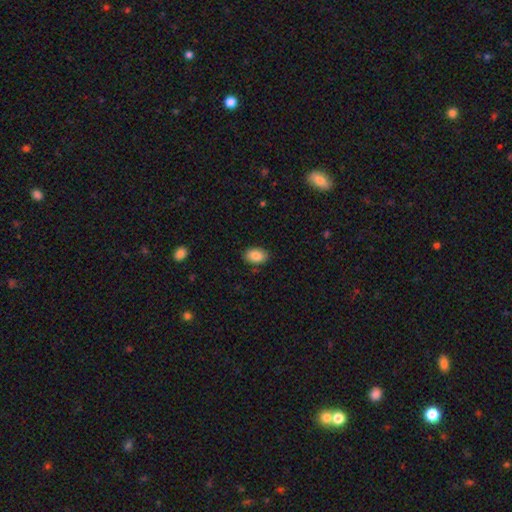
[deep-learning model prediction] Q: Smooth or featured?
A: smooth (86%); runner-up: star or artifact (7%)
Q: How rounded?
A: in between (89%); runner-up: round (10%)
Q: Merging?
A: none (86%); runner-up: minor disturbance (10%)